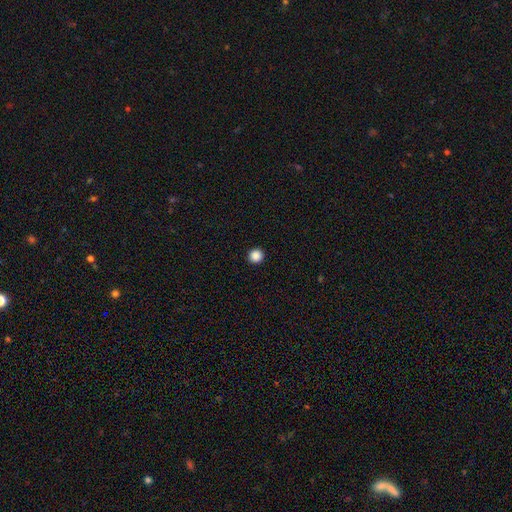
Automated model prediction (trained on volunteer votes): This is clearly a smooth galaxy (88%). How rounded: clearly round (95%). Merging: clearly none (94%).